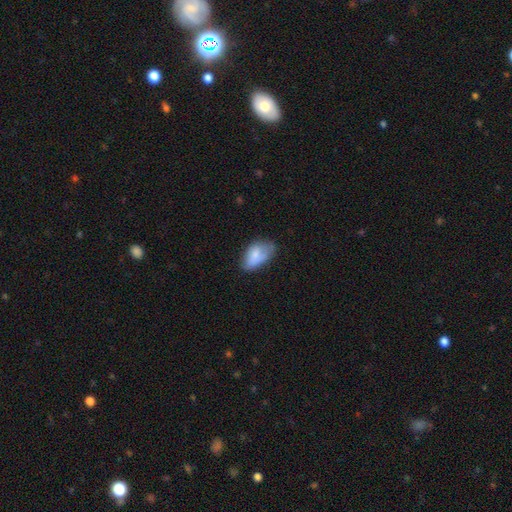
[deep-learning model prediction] Overall: smooth (79%). How rounded: in between (93%). Merging: none (51%; minor disturbance 37%).